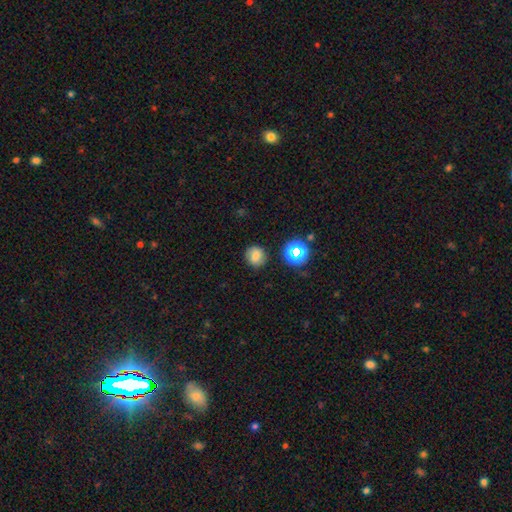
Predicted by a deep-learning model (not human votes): smooth 74%, star or artifact 16%, featured or disk 11%. Down the decision tree: how rounded — round (83%); merging — none (84%).